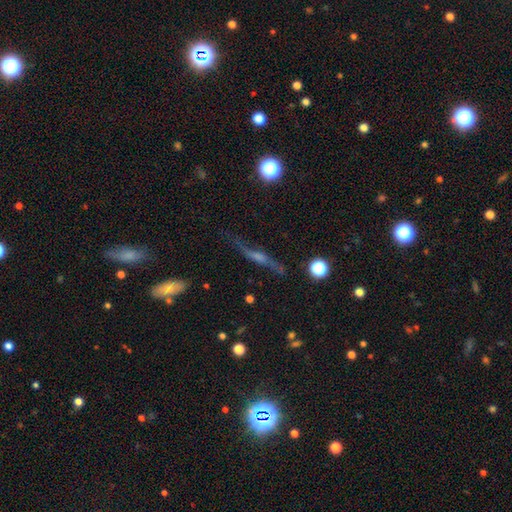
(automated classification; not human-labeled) This appears to be a featured or disk galaxy (72%) viewed edge-on (70%) with a rounded central bulge (73%). Merging: none (72%).